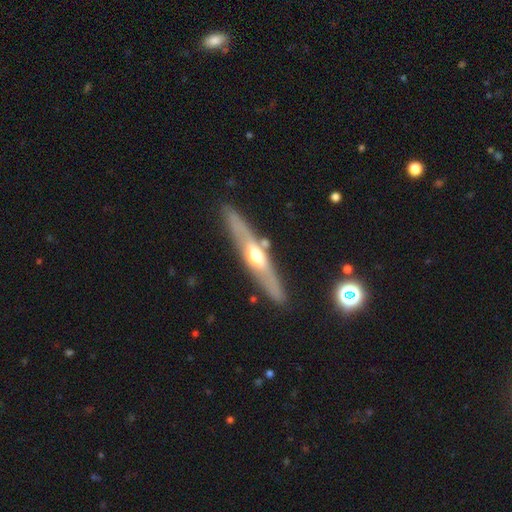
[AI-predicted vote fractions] Smooth or featured?
  - featured or disk: 64% *
  - smooth: 31%
  - star or artifact: 5%
Edge-on disk?
  - yes: 83% *
  - no: 17%
Edge-on bulge?
  - rounded: 87% *
  - none: 9%
  - boxy: 4%
Merging?
  - none: 81% *
  - minor disturbance: 11%
  - merger: 5%
  - major disturbance: 3%